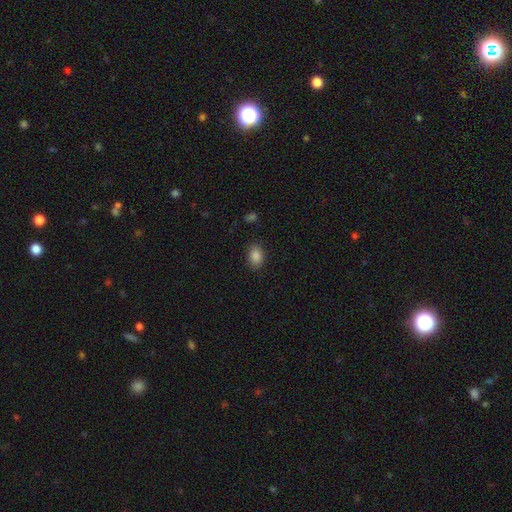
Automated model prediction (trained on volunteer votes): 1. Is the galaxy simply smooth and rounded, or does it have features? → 87% smooth, 9% star or artifact, 5% featured or disk.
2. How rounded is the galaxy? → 82% in between, 17% round, 1% cigar-shaped.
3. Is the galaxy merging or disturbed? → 86% none, 10% minor disturbance, 3% major disturbance, 1% merger.